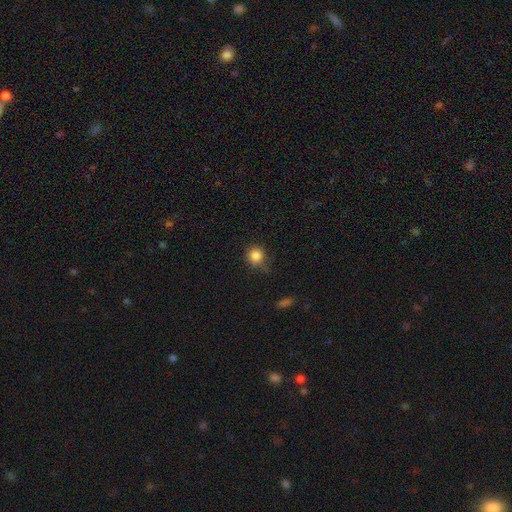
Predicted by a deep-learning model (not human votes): smooth_or_featured: smooth (p=0.85) [alt: star or artifact p=0.11]
how_rounded: round (p=0.90) [alt: in between p=0.09]
merging: none (p=0.78) [alt: minor disturbance p=0.16]